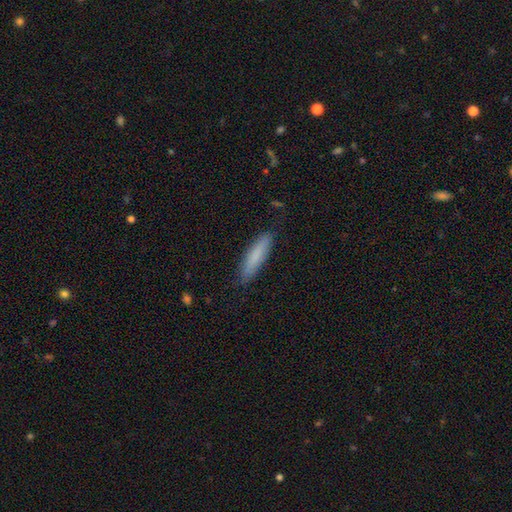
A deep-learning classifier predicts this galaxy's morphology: The model was most divided on "how rounded": cigar-shaped: 77%, in between: 21%, round: 1%. More confident: merging — none (85%); smooth or featured — smooth (82%).